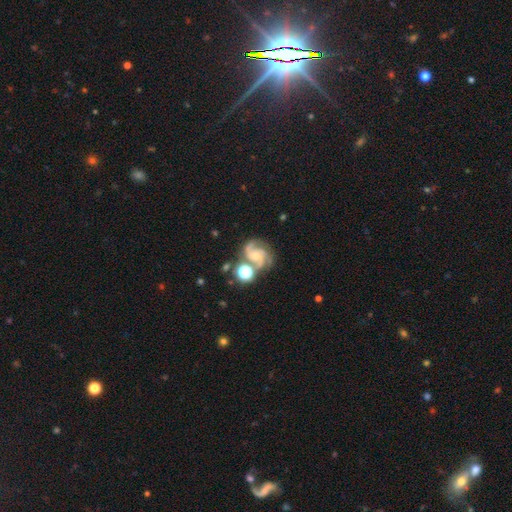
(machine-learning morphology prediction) smooth-or-featured: featured or disk: 84% | smooth: 8% | star or artifact: 8%
  disk-edge-on: no: 98% | yes: 2%
    bar: no: 64% | weak: 29% | strong: 7%
    has-spiral-arms: yes: 97% | no: 3%
      spiral-winding: medium: 53% | tight: 33% | loose: 13%
      spiral-arm-count: 2: 45% | 3: 37% | can't tell: 7% | 4: 4% | 1: 4% | more than 4: 3%
    bulge-size: small: 56% | moderate: 28% | none: 11% | large: 3% | dominant: 1%
  merging: none: 55% | minor disturbance: 17% | merger: 17% | major disturbance: 11%